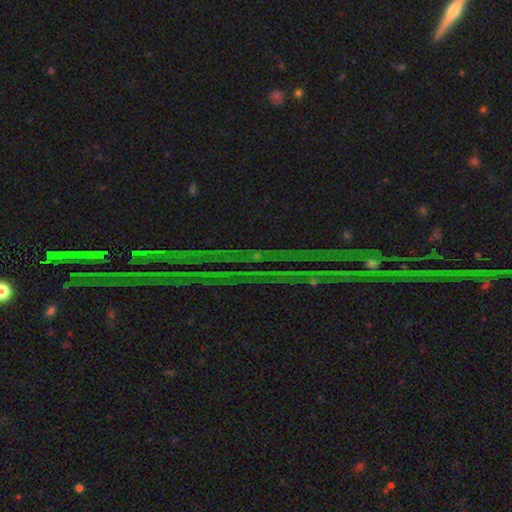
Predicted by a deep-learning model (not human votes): Overall: star or artifact (86%).